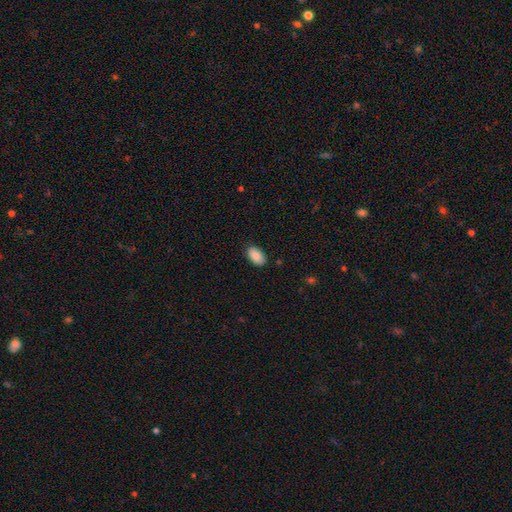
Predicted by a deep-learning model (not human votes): Smooth or featured?
  - smooth: 86% *
  - featured or disk: 7%
  - star or artifact: 7%
How rounded?
  - in between: 94% *
  - round: 5%
  - cigar-shaped: 2%
Merging?
  - none: 87% *
  - minor disturbance: 10%
  - major disturbance: 2%
  - merger: 1%